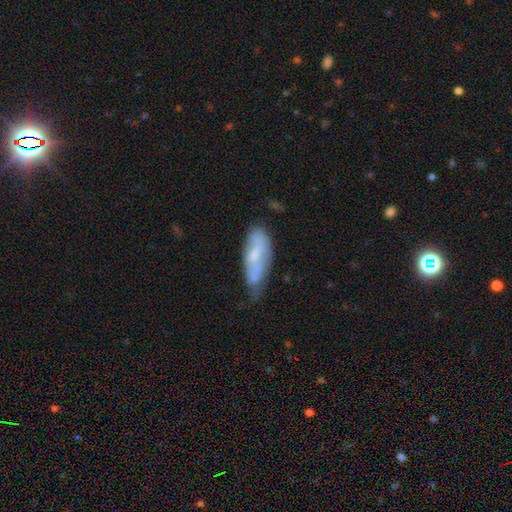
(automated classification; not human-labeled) Q: Smooth or featured?
A: featured or disk (46%); tied with: smooth (46%)
Q: Merging?
A: none (41%); runner-up: minor disturbance (39%)